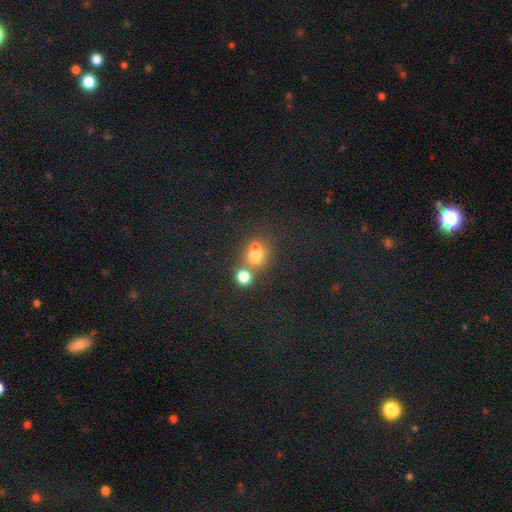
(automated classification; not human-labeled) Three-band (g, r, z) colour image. It shows a smooth galaxy with no disk features (69%) that is round (82%). Merging: none (45%, tied with merger).